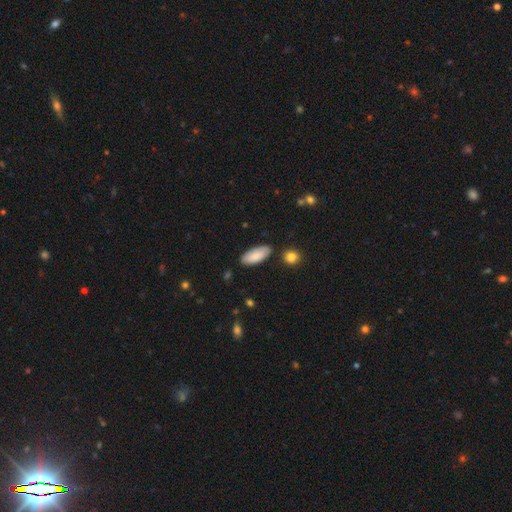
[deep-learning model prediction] Smooth or featured?
  - smooth: 86% *
  - featured or disk: 8%
  - star or artifact: 6%
How rounded?
  - in between: 84% *
  - cigar-shaped: 14%
  - round: 2%
Merging?
  - none: 82% *
  - minor disturbance: 12%
  - merger: 3%
  - major disturbance: 2%